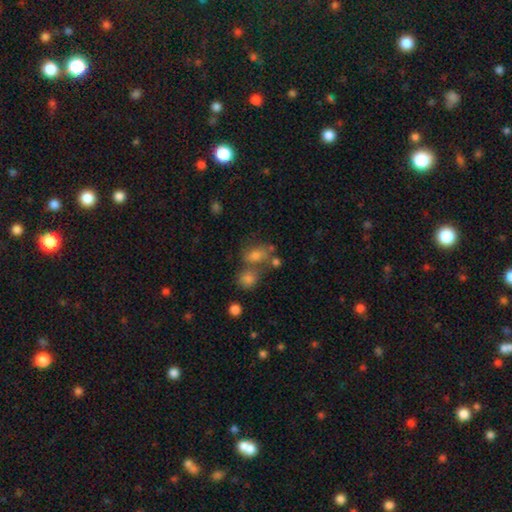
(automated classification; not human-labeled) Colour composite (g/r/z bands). It shows a smooth galaxy with no disk features (64%) that is in between round and cigar-shaped (69%). Merging: none (42%).